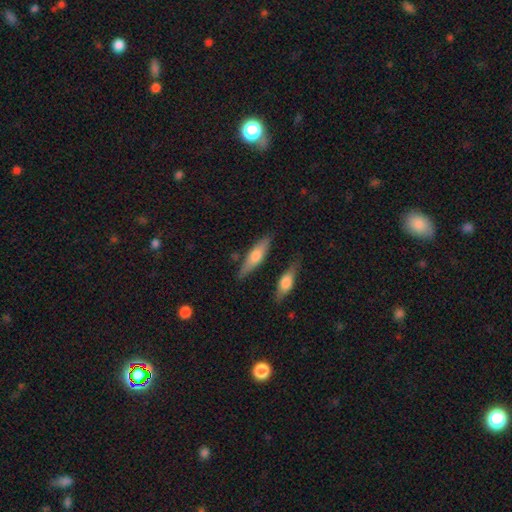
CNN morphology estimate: A smooth galaxy with no disk features (55%) that is cigar-shaped (61%). Merging: none (78%).